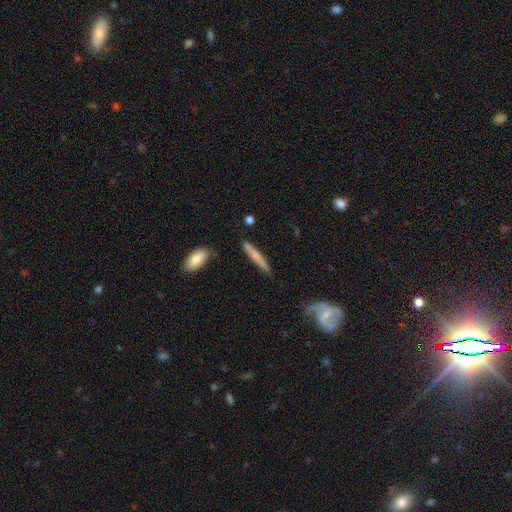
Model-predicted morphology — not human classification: smooth-or-featured: smooth: 61% | featured or disk: 33% | star or artifact: 6%
  how-rounded: cigar-shaped: 92% | in between: 6% | round: 2%
  merging: none: 78% | minor disturbance: 15% | merger: 4% | major disturbance: 4%